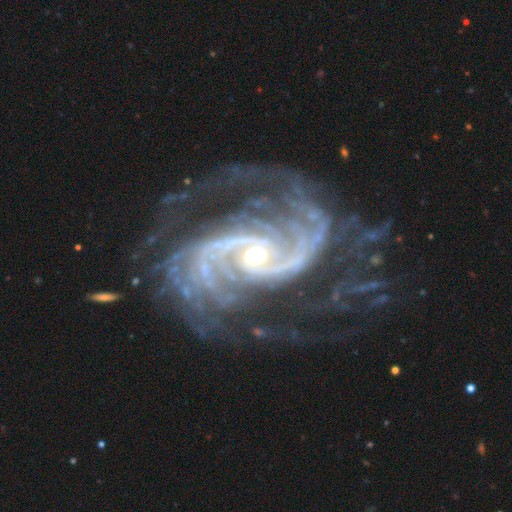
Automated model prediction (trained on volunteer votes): smooth_or_featured: featured or disk (p=0.94) [alt: star or artifact p=0.04]
disk_edge_on: no (p=0.98) [alt: yes p=0.02]
bar: no (p=0.42) [alt: weak p=0.35]
has_spiral_arms: yes (p=0.99) [alt: no p=0.01]
spiral_winding: medium (p=0.50) [alt: tight p=0.36]
spiral_arm_count: 2 (p=0.55) [alt: 3 p=0.13]
bulge_size: small (p=0.57) [alt: moderate p=0.38]
merging: none (p=0.66) [alt: minor disturbance p=0.17]